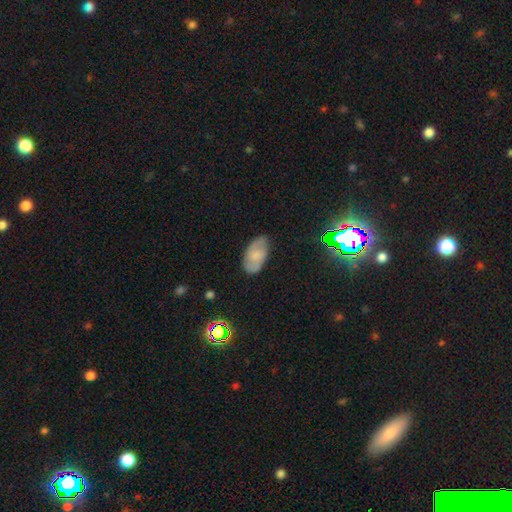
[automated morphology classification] smooth_or_featured: smooth (p=0.52) [alt: featured or disk p=0.38]
how_rounded: in between (p=0.93) [alt: round p=0.04]
merging: none (p=0.77) [alt: minor disturbance p=0.17]